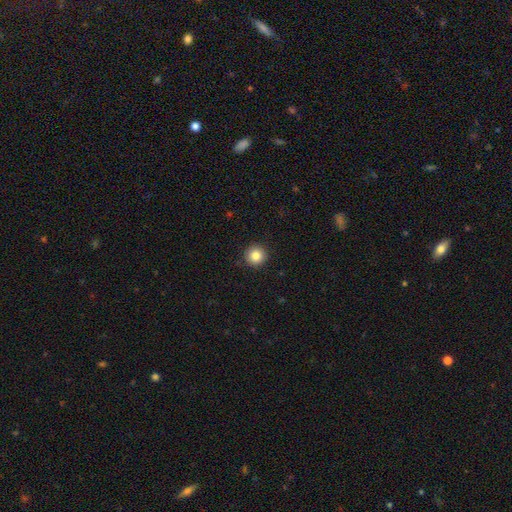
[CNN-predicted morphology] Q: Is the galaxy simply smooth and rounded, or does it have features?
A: smooth — 85%.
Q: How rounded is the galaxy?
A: round — 95%.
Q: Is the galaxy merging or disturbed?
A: none — 92%.